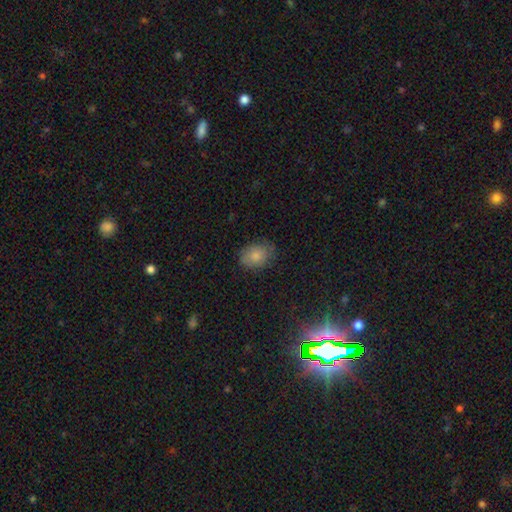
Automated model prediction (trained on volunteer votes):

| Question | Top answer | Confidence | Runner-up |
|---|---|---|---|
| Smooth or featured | smooth | 80% | featured or disk (11%) |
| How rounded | in between | 66% | round (33%) |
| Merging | none | 72% | minor disturbance (22%) |